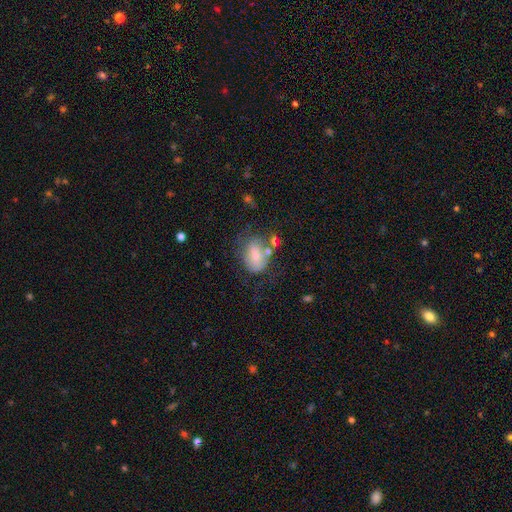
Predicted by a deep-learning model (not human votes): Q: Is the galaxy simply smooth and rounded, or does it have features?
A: smooth — 64%.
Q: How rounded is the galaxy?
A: in between — 76%.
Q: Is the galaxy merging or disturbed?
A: none — 40%.